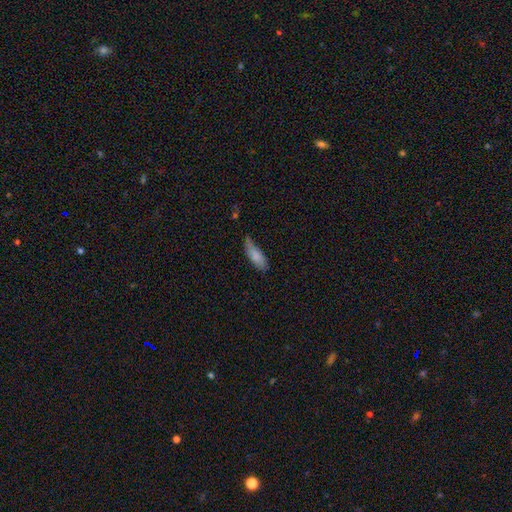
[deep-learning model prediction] Smooth or featured?
  - smooth: 80% *
  - featured or disk: 13%
  - star or artifact: 6%
How rounded?
  - in between: 63% *
  - cigar-shaped: 35%
  - round: 2%
Merging?
  - none: 48% *
  - minor disturbance: 39%
  - major disturbance: 9%
  - merger: 3%